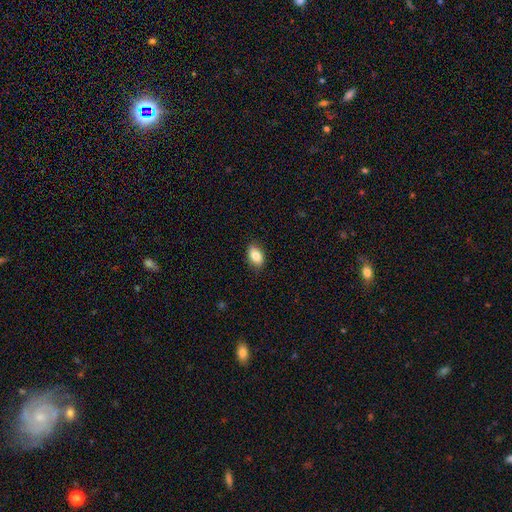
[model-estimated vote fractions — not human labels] smooth-or-featured: smooth: 82% | featured or disk: 10% | star or artifact: 7%
  how-rounded: in between: 89% | round: 9% | cigar-shaped: 2%
  merging: none: 86% | minor disturbance: 11% | major disturbance: 2% | merger: 1%